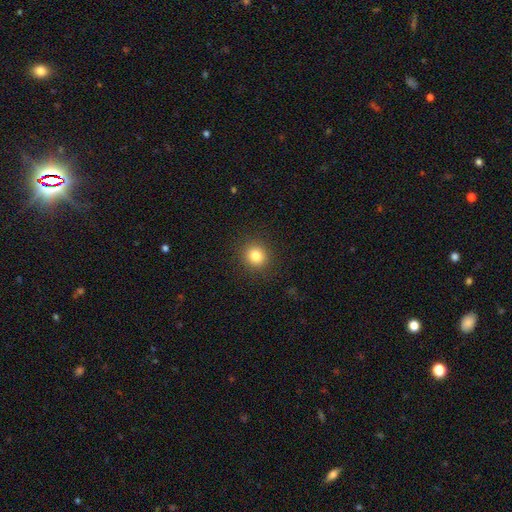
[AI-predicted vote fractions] A smooth galaxy with no disk features (83%) that is round (87%).

Vote fractions:
- Smooth or featured? smooth: 83% / star or artifact: 11% / featured or disk: 6%
- How rounded? round: 87% / in between: 12% / cigar-shaped: 1%
- Merging? none: 90% / minor disturbance: 6% / major disturbance: 3% / merger: 1%